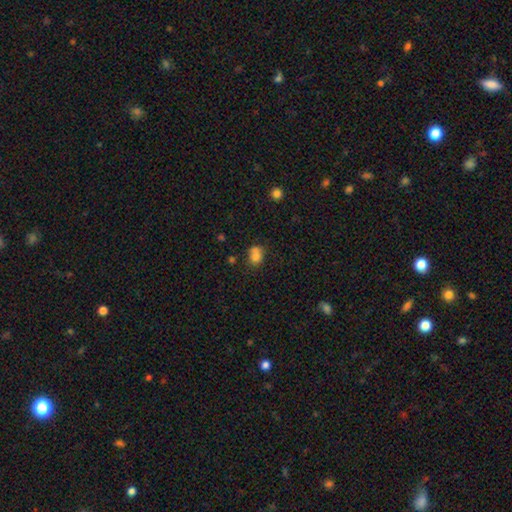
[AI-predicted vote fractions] A smooth galaxy with no disk features (75%) that is round (55%).

Vote fractions:
- Smooth or featured? smooth: 75% / featured or disk: 12% / star or artifact: 12%
- How rounded? round: 55% / in between: 44% / cigar-shaped: 1%
- Merging? none: 41% / merger: 33% / minor disturbance: 18% / major disturbance: 7%